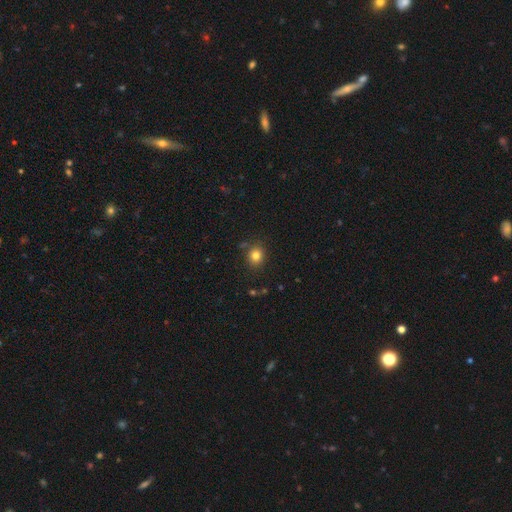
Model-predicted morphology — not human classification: Smooth or featured: smooth — 82% (star or artifact — 12%)
How rounded: round — 75% (in between — 24%)
Merging: none — 83% (minor disturbance — 10%)